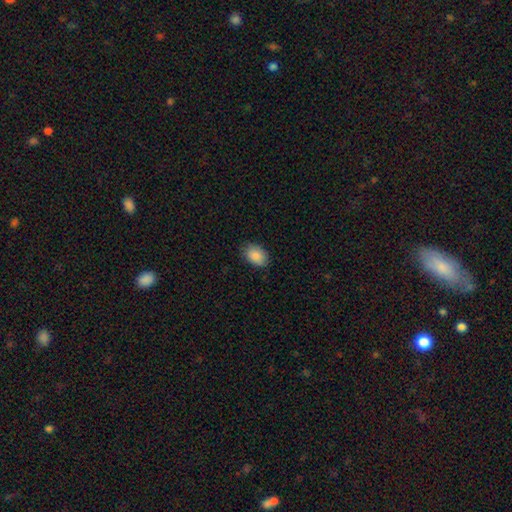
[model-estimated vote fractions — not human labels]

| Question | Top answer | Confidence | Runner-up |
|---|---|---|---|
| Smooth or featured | smooth | 88% | star or artifact (7%) |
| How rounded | in between | 82% | round (17%) |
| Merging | none | 81% | minor disturbance (16%) |